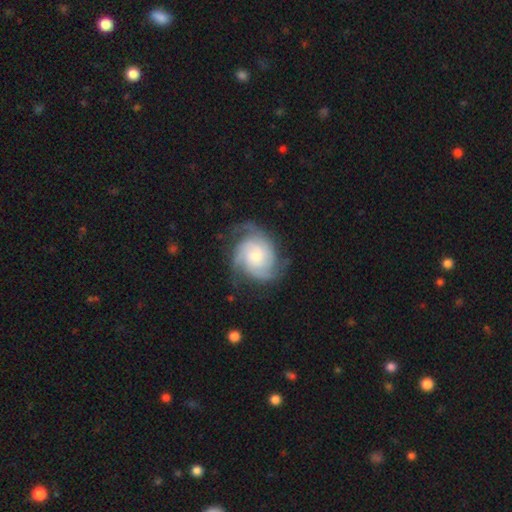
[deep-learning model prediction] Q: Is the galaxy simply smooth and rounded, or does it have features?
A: featured or disk — 84%.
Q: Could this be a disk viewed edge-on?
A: no — 98%.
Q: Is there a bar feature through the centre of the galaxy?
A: no — 77%.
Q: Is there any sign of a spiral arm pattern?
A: yes — 97%.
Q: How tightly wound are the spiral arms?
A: tight — 54%.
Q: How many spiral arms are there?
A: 3 — 42%.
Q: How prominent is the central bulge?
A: moderate — 45%.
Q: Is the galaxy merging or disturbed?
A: none — 68%.